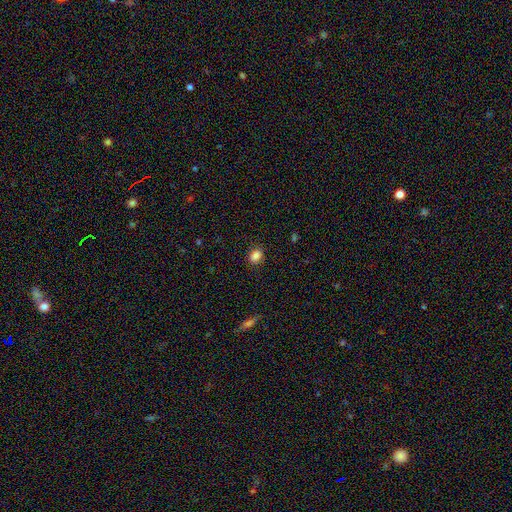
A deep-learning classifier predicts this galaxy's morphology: smooth-or-featured: smooth: 85% | star or artifact: 11% | featured or disk: 5%
  how-rounded: in between: 57% | round: 41% | cigar-shaped: 1%
  merging: none: 86% | minor disturbance: 10% | major disturbance: 3% | merger: 1%